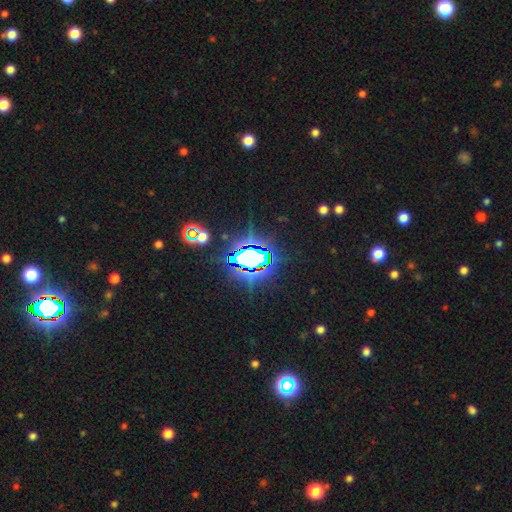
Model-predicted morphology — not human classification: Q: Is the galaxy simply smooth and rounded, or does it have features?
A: star or artifact — 80%.